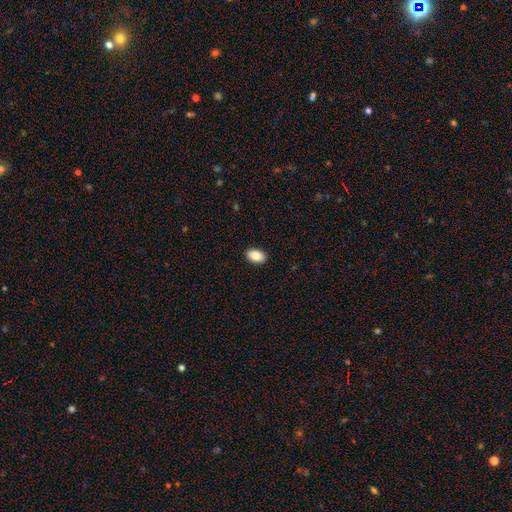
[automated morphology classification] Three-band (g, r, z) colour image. It shows a smooth galaxy with no disk features (85%) that is in between round and cigar-shaped (89%). Merging: none (91%).